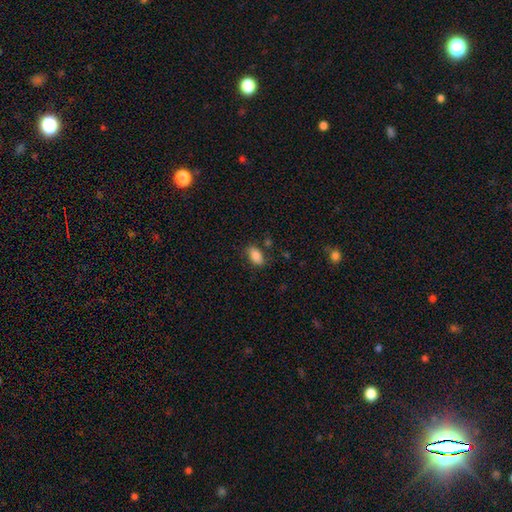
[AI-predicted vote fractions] Smooth or featured?
  - smooth: 85% *
  - star or artifact: 8%
  - featured or disk: 7%
How rounded?
  - in between: 91% *
  - round: 6%
  - cigar-shaped: 3%
Merging?
  - none: 77% *
  - minor disturbance: 15%
  - major disturbance: 4%
  - merger: 3%